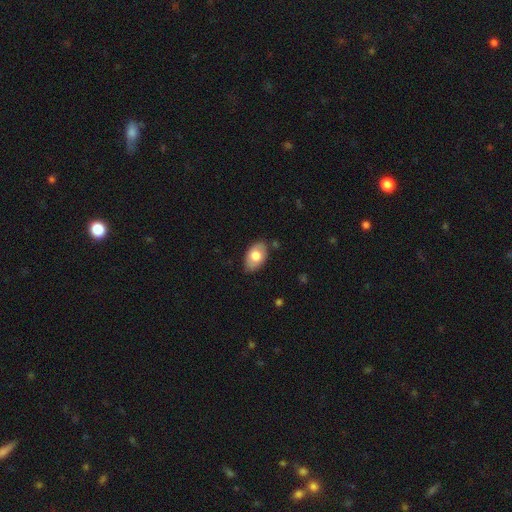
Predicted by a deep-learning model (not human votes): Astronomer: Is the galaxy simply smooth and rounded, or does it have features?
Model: smooth — 69%.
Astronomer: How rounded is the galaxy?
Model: in between — 91%.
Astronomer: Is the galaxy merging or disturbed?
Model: none — 78%.